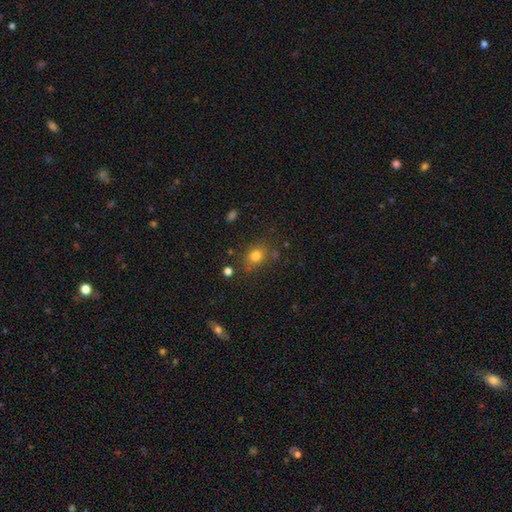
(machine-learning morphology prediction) The model was most divided on "how rounded": round: 57%, in between: 42%, cigar-shaped: 1%. More confident: smooth or featured — smooth (79%); merging — none (75%).